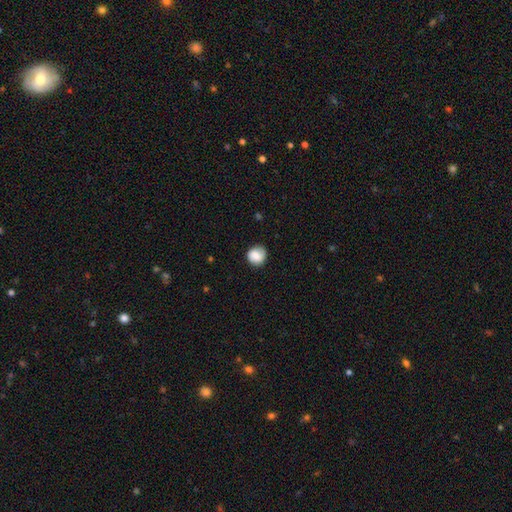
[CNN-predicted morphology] A smooth galaxy with no disk features (80%) that is round (87%).

Vote fractions:
- Smooth or featured? smooth: 80% / featured or disk: 12% / star or artifact: 8%
- How rounded? round: 87% / in between: 12% / cigar-shaped: 1%
- Merging? none: 79% / minor disturbance: 15% / major disturbance: 4% / merger: 1%